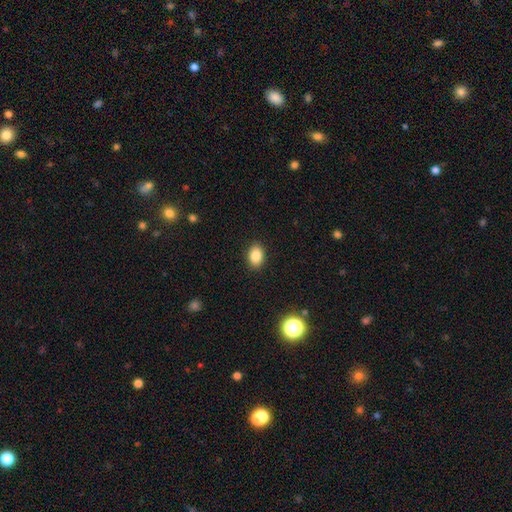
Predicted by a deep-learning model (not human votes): The model was most divided on "how rounded": in between: 79%, round: 20%, cigar-shaped: 1%. More confident: merging — none (89%); smooth or featured — smooth (87%).